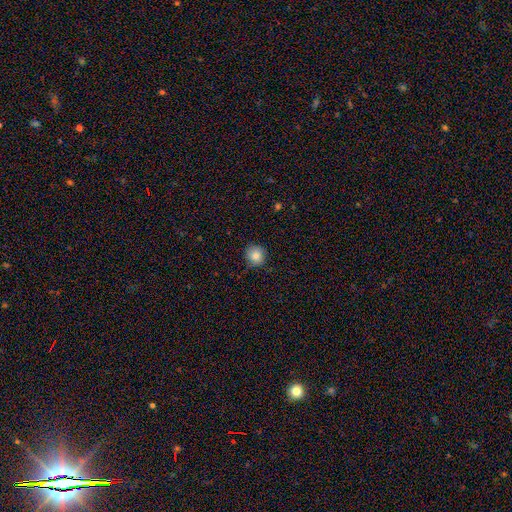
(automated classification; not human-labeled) Smooth or featured? smooth (84%)
How rounded? round (89%)
Merging? none (83%)